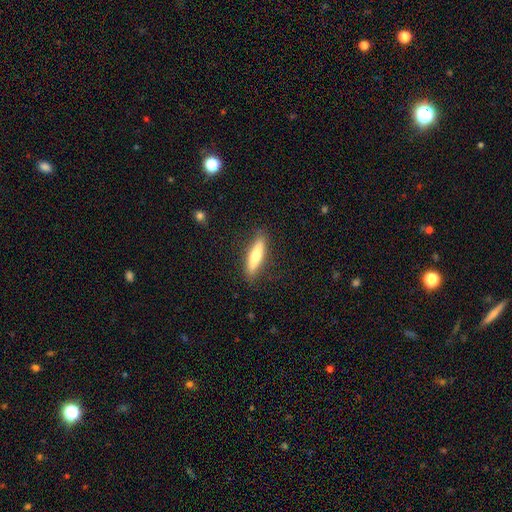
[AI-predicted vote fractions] A smooth galaxy with no disk features (66%) that is cigar-shaped (79%). Merging: none (87%).